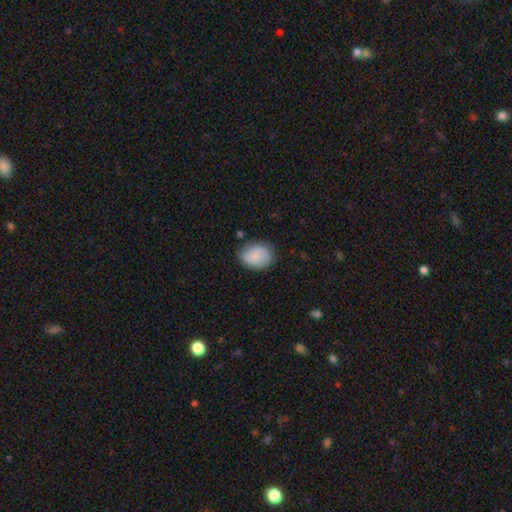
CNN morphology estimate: A smooth galaxy with no disk features (78%) that is in between round and cigar-shaped (63%). Merging: none (75%).